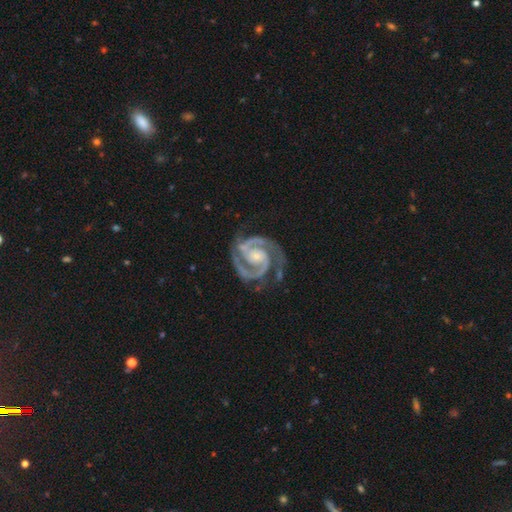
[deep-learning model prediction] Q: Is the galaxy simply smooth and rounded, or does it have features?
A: featured or disk — 94%.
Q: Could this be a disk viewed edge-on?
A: no — 98%.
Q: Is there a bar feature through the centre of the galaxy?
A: no — 59%.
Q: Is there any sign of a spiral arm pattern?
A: yes — 99%.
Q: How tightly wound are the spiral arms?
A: tight — 55%.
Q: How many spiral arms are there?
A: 2 — 93%.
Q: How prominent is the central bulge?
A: small — 69%.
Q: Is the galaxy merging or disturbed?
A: none — 75%.